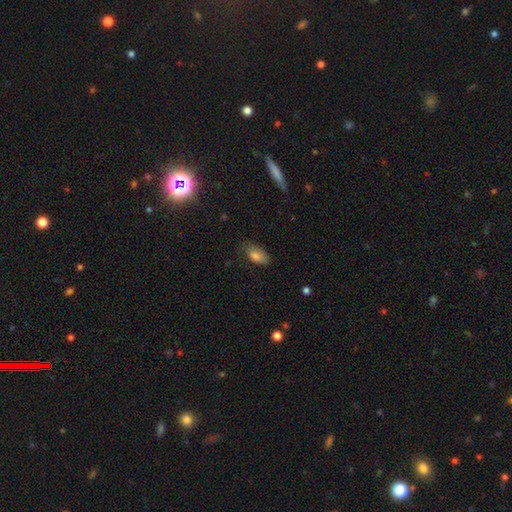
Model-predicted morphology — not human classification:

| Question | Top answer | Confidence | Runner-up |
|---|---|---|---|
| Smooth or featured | smooth | 77% | featured or disk (12%) |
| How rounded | in between | 91% | round (5%) |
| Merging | none | 66% | minor disturbance (25%) |